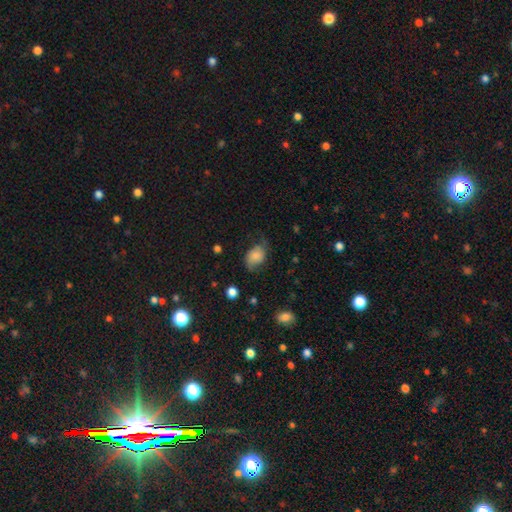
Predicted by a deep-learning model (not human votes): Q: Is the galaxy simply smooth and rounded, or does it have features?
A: smooth — 60%.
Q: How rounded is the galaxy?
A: in between — 72%.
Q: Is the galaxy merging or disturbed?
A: none — 53%.